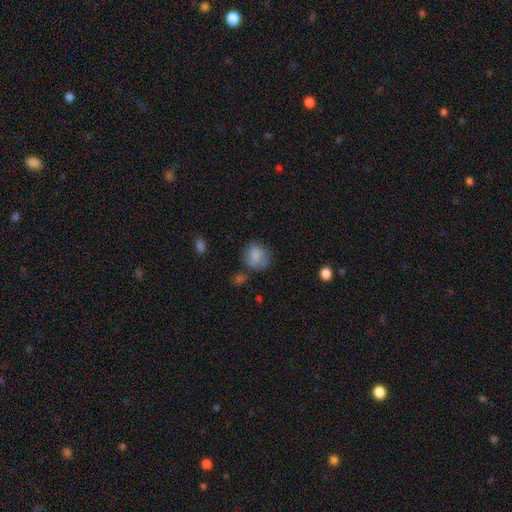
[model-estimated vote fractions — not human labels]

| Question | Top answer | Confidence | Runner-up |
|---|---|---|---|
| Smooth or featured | smooth | 79% | featured or disk (12%) |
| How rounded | round | 71% | in between (28%) |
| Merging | none | 60% | minor disturbance (24%) |